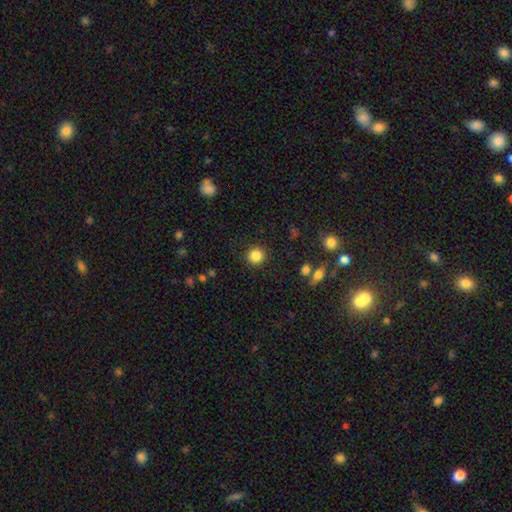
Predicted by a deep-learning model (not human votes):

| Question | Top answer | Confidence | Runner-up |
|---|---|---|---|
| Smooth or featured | smooth | 84% | star or artifact (11%) |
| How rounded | round | 92% | in between (7%) |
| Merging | none | 91% | minor disturbance (5%) |